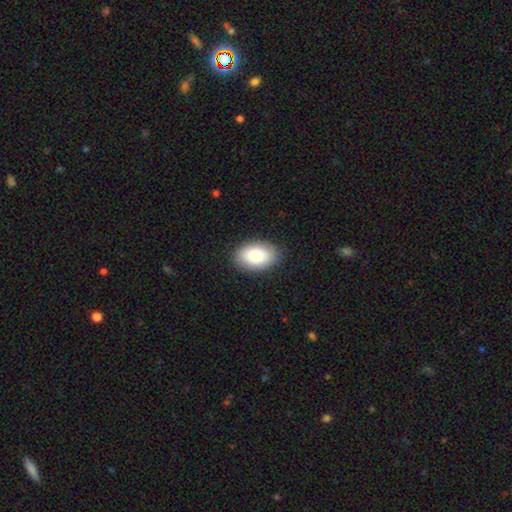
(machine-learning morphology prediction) The model was most divided on "smooth or featured": smooth: 83%, featured or disk: 11%, star or artifact: 7%. More confident: how rounded — in between (90%); merging — none (87%).